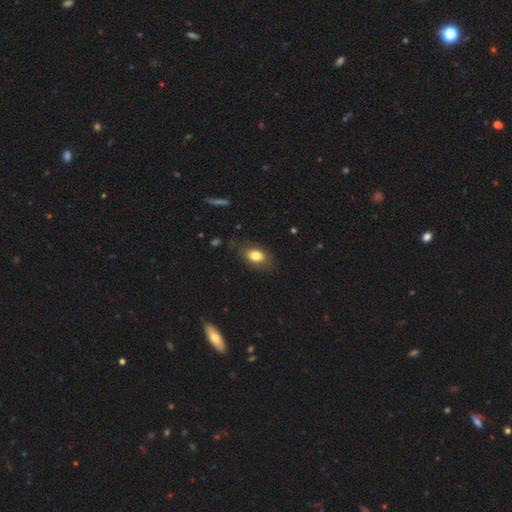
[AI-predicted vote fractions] smooth 80%, featured or disk 12%, star or artifact 8%. Down the decision tree: how rounded — in between (86%); merging — none (77%).